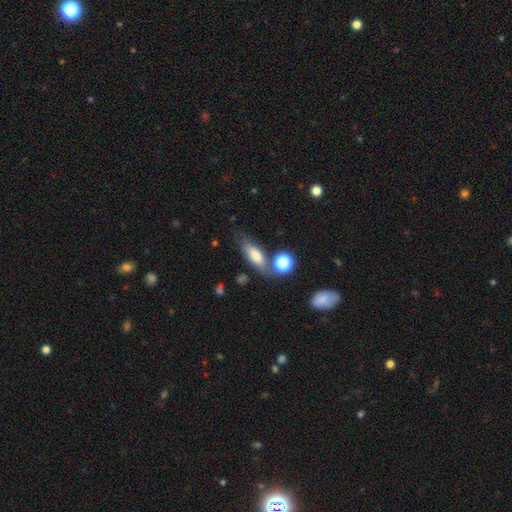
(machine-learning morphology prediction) Q: Smooth or featured?
A: smooth (72%); runner-up: featured or disk (18%)
Q: How rounded?
A: in between (64%); runner-up: cigar-shaped (30%)
Q: Merging?
A: none (59%); runner-up: minor disturbance (20%)